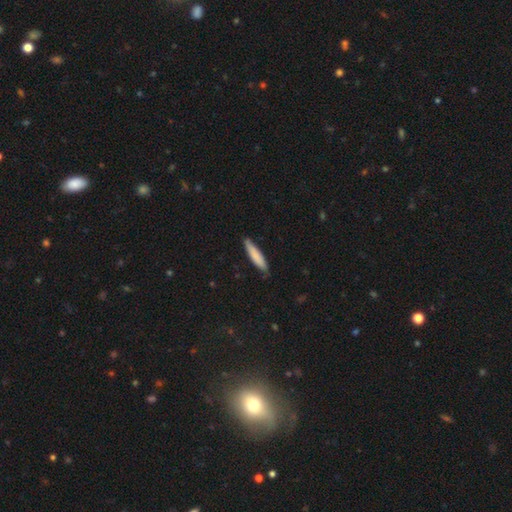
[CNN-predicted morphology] Smooth or featured? Predicted: smooth (p=0.80). How rounded? Predicted: cigar-shaped (p=0.85). Merging? Predicted: none (p=0.79).